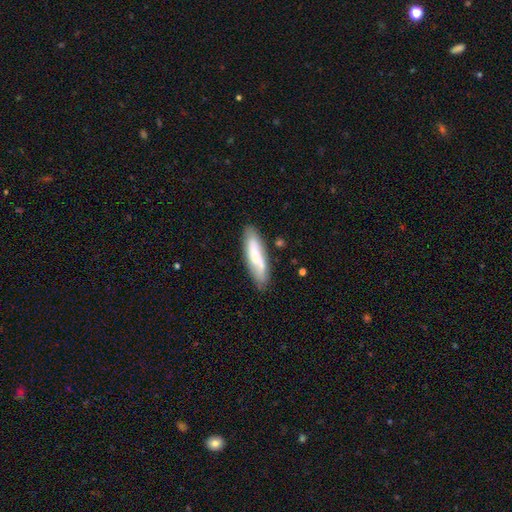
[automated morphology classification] Smooth or featured? Predicted: smooth (p=0.57). How rounded? Predicted: cigar-shaped (p=0.60). Merging? Predicted: none (p=0.76).